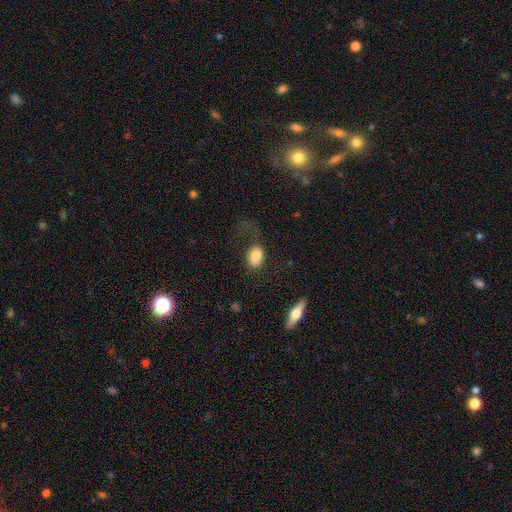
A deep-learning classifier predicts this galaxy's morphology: Smooth or featured? smooth (79%)
How rounded? in between (79%)
Merging? none (46%)